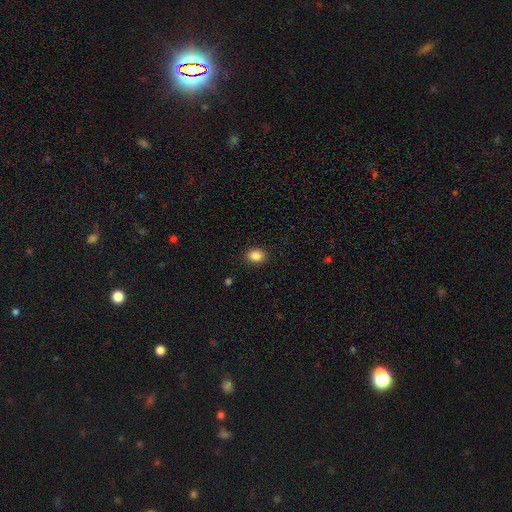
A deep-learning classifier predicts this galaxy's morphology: Smooth or featured? Predicted: smooth (p=0.87). How rounded? Predicted: in between (p=0.59). Merging? Predicted: none (p=0.90).